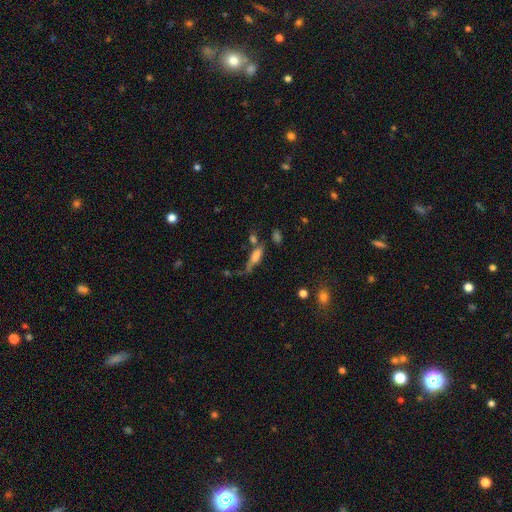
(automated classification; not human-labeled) This appears to be a smooth galaxy with no disk features (55%) that is cigar-shaped (53%). Merging: none (40%).